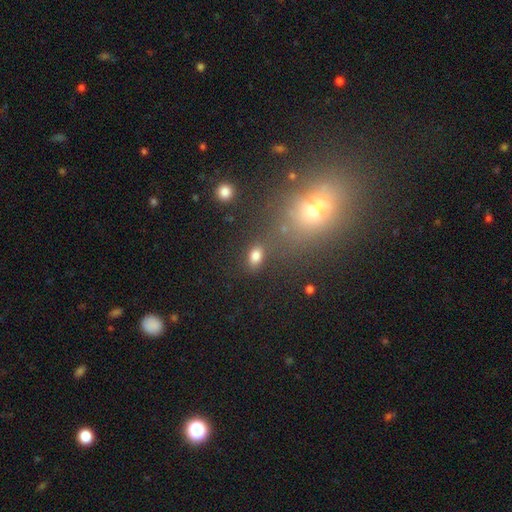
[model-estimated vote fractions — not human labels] Smooth or featured? Predicted: smooth (p=0.81). How rounded? Predicted: in between (p=0.83). Merging? Predicted: none (p=0.76).